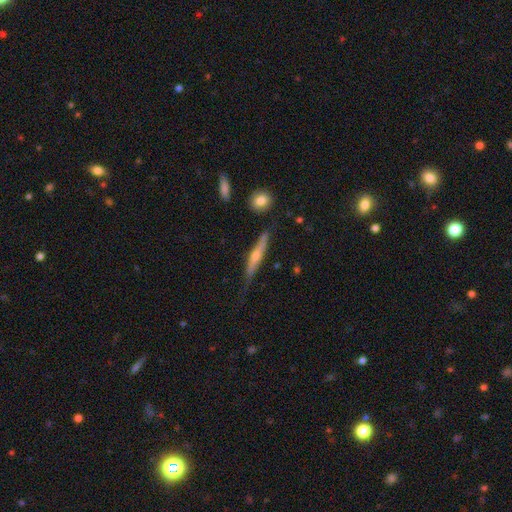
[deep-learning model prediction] Smooth or featured? featured or disk (57%)
Edge-on disk? yes (93%)
Edge-on bulge? rounded (78%)
Merging? none (69%)